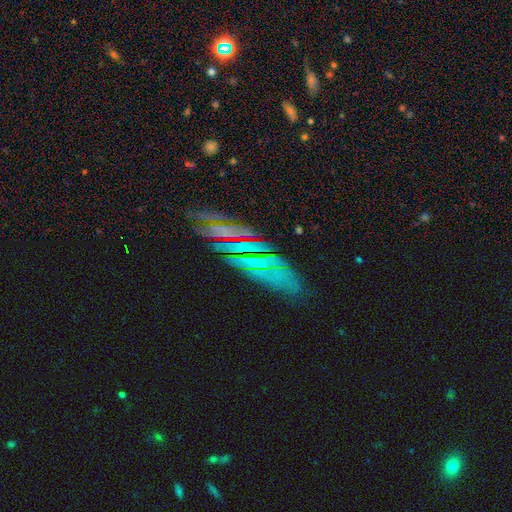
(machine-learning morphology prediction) This appears to be a featured or disk galaxy (46%). Merging: none (78%).